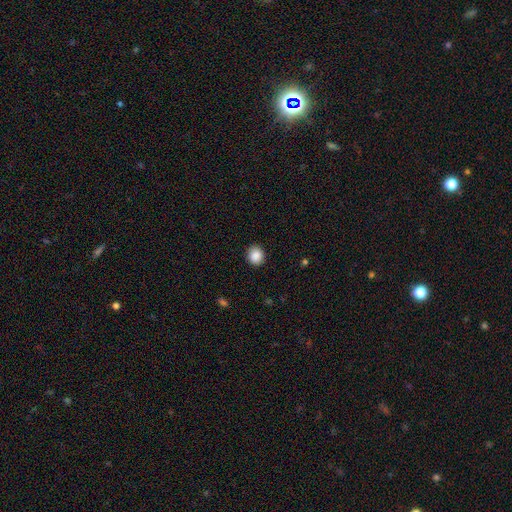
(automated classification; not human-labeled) A smooth galaxy with no disk features (88%) that is round (80%).

Vote fractions:
- Smooth or featured? smooth: 88% / star or artifact: 8% / featured or disk: 4%
- How rounded? round: 80% / in between: 19% / cigar-shaped: 1%
- Merging? none: 90% / minor disturbance: 7% / major disturbance: 2% / merger: 1%